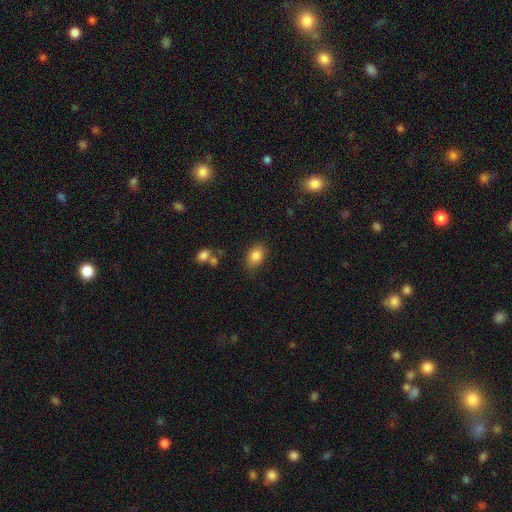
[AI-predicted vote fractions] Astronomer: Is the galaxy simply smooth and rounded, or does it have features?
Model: smooth — 85%.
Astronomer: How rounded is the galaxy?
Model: in between — 80%.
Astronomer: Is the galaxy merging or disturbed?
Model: none — 79%.